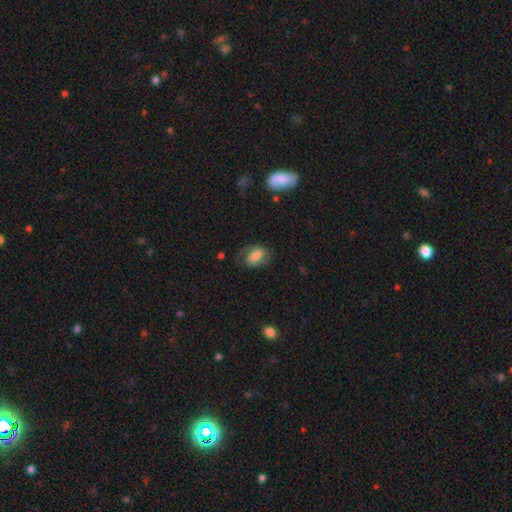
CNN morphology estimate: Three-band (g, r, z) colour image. It shows a smooth galaxy with no disk features (47%). Merging: none (64%).